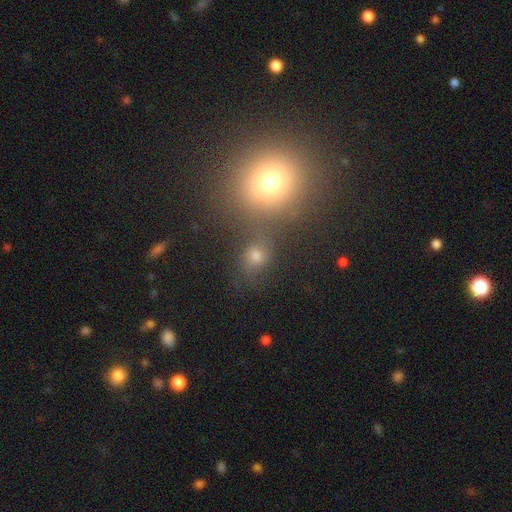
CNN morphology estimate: smooth-or-featured: smooth: 65% | star or artifact: 23% | featured or disk: 12%
  how-rounded: round: 68% | in between: 30% | cigar-shaped: 2%
  merging: none: 58% | merger: 26% | minor disturbance: 10% | major disturbance: 6%